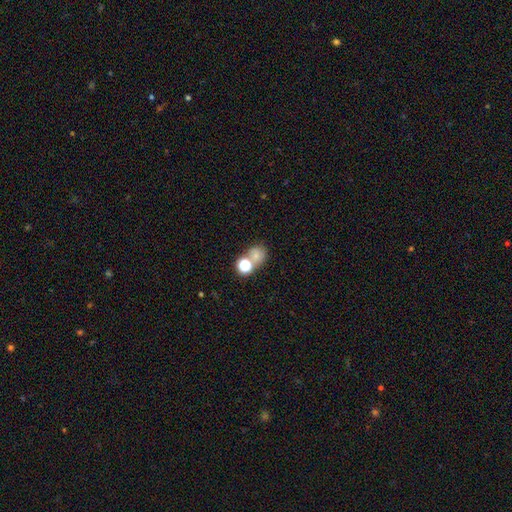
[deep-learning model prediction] The model was most divided on "merging": none: 47%, merger: 38%, minor disturbance: 10%, major disturbance: 5%. More confident: smooth or featured — smooth (68%); how rounded — round (67%).